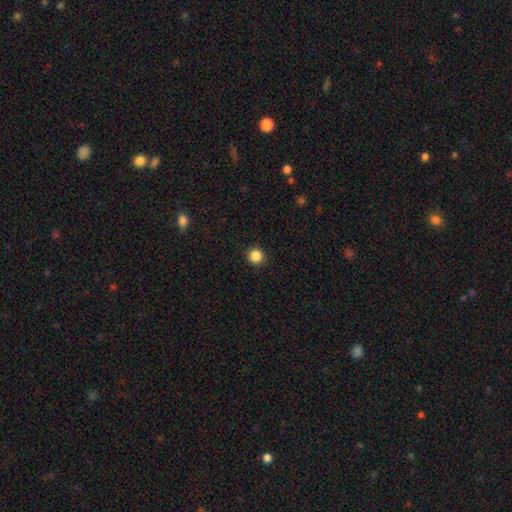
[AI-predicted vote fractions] Overall: smooth (86%). How rounded: round (94%). Merging: none (92%).